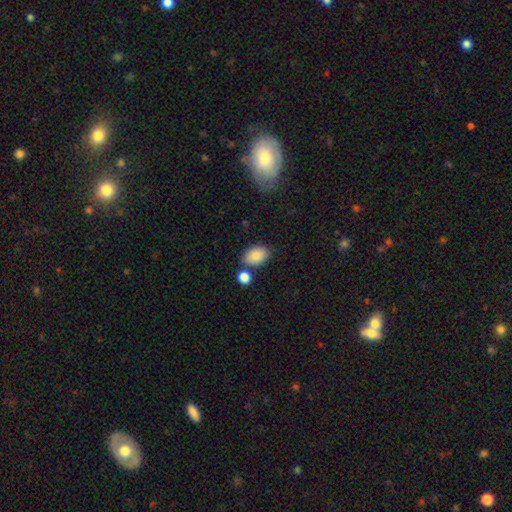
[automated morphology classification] The model was most divided on "merging": none: 73%, minor disturbance: 13%, merger: 11%, major disturbance: 4%. More confident: smooth or featured — smooth (88%); how rounded — in between (87%).